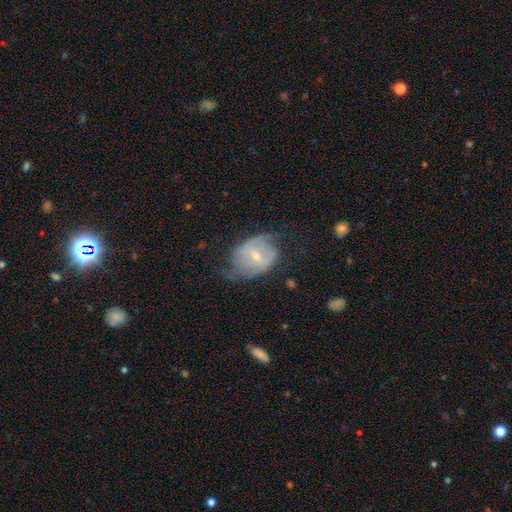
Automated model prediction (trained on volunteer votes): The model was most divided on "bar": weak: 46%, no: 31%, strong: 23%. More confident: edge-on disk — no (95%); spiral arms — yes (74%); smooth or featured — featured or disk (66%); bulge size — small (60%); merging — none (51%).